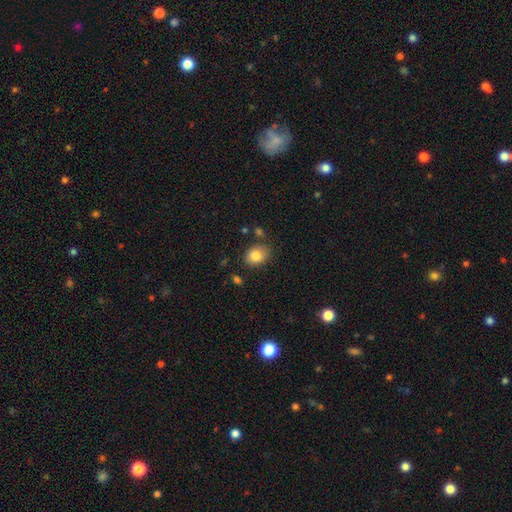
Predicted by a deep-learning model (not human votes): Smooth or featured? smooth (82%)
How rounded? in between (57%)
Merging? none (77%)